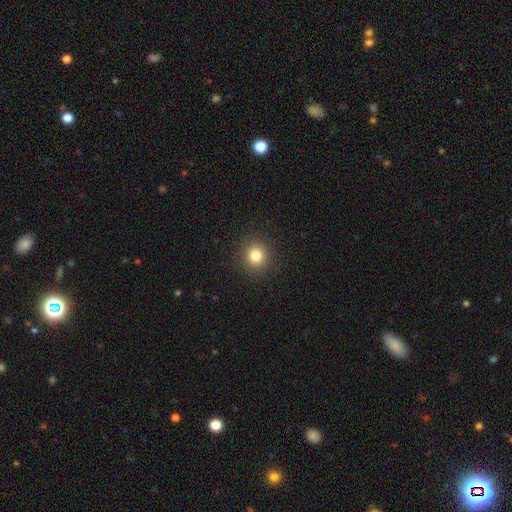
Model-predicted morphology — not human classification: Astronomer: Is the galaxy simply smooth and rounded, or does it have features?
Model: smooth — 81%.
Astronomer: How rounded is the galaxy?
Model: round — 91%.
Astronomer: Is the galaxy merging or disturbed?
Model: none — 91%.